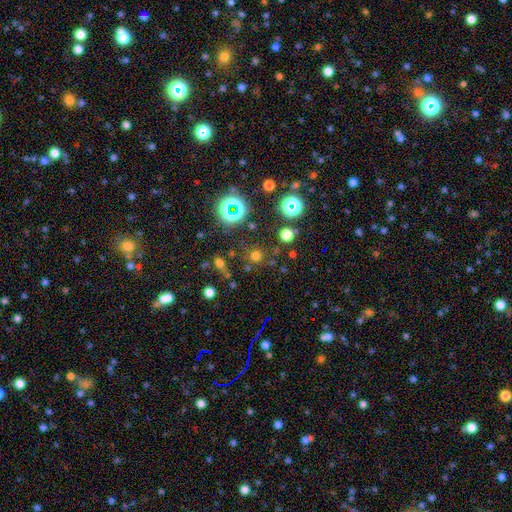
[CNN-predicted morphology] smooth 61%, star or artifact 32%, featured or disk 7%. Down the decision tree: how rounded — round (92%); merging — none (81%).